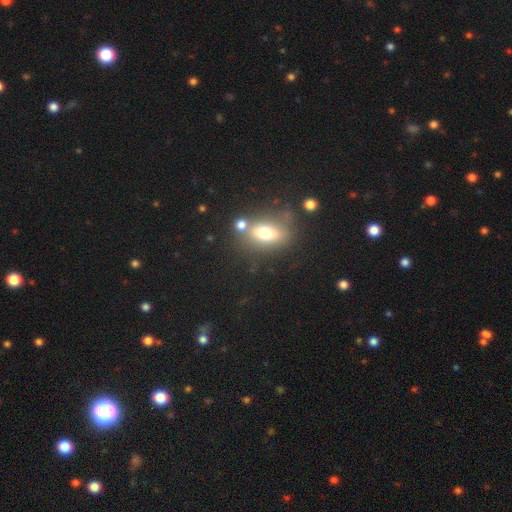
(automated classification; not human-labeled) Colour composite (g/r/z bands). It shows a smooth galaxy with no disk features (54%) that is in between round and cigar-shaped (71%). Merging: none (64%).